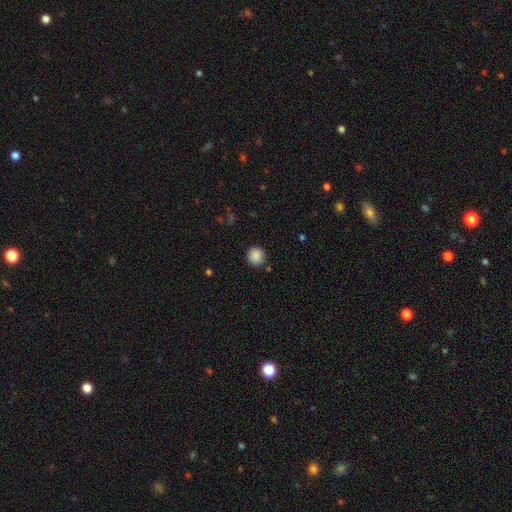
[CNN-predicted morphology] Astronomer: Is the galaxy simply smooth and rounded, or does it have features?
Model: smooth — 88%.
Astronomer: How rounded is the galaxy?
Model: round — 92%.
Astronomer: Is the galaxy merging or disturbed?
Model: none — 87%.